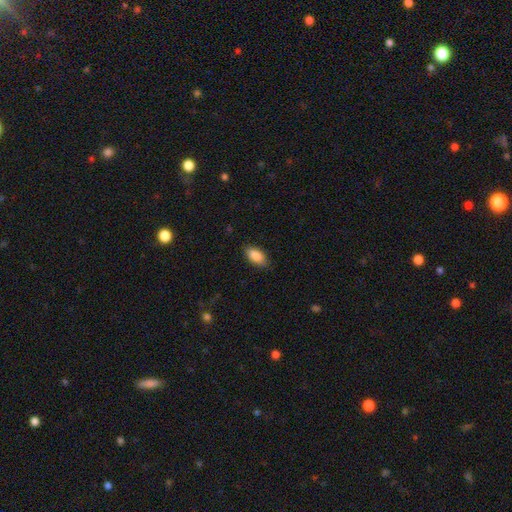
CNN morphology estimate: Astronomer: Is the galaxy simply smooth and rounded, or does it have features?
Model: smooth — 88%.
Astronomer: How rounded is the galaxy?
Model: in between — 91%.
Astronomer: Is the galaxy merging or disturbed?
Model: none — 85%.